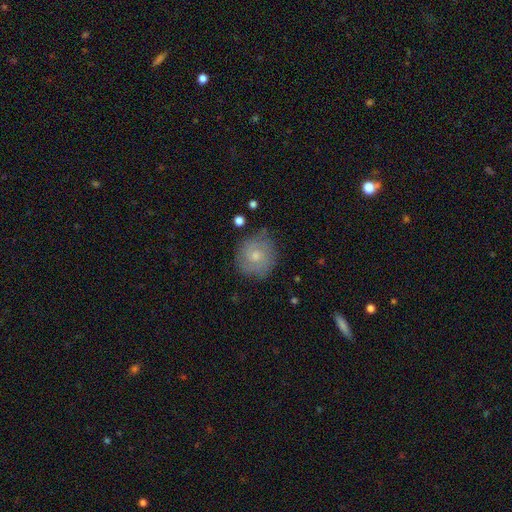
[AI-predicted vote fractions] The model was most divided on "smooth or featured": smooth: 55%, featured or disk: 37%, star or artifact: 8%. More confident: how rounded — round (87%); merging — none (72%).